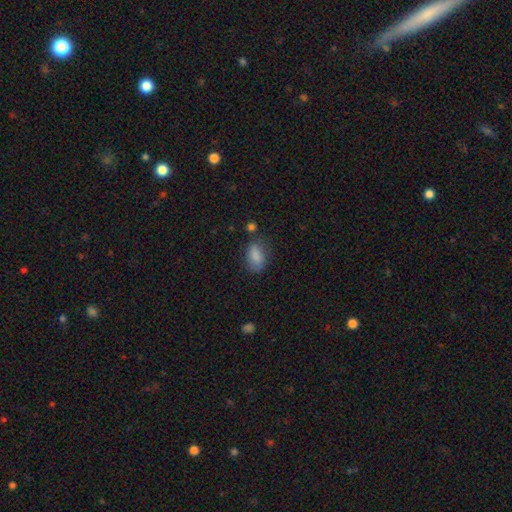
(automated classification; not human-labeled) smooth 84%, star or artifact 9%, featured or disk 7%. Down the decision tree: how rounded — in between (88%); merging — none (67%).